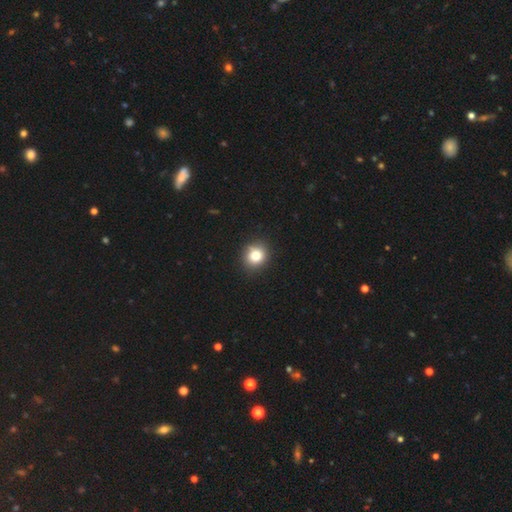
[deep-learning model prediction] Morphology: type=smooth (80%); roundness=round (85%); merging=none (87%).